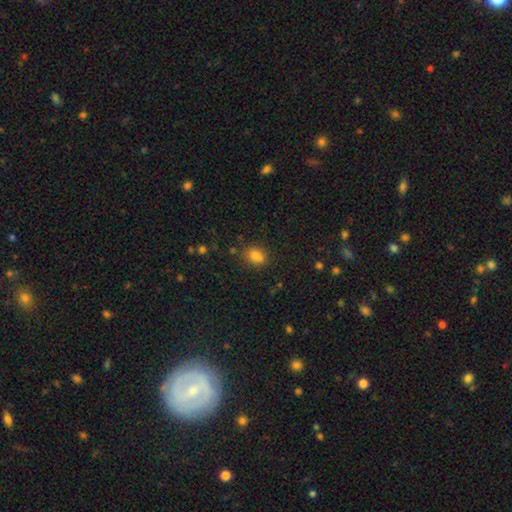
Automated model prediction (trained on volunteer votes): smooth-or-featured: smooth: 82% | star or artifact: 12% | featured or disk: 6%
  how-rounded: in between: 62% | round: 36% | cigar-shaped: 2%
  merging: none: 72% | minor disturbance: 17% | merger: 6% | major disturbance: 5%